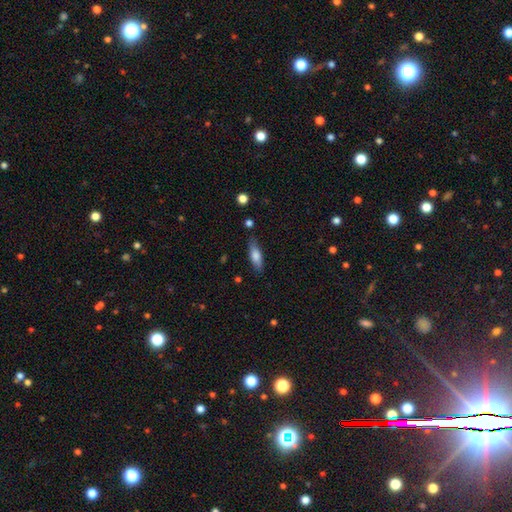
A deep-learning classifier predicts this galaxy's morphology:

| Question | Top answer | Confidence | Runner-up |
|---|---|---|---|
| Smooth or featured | smooth | 72% | featured or disk (22%) |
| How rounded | in between | 51% | cigar-shaped (47%) |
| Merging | none | 81% | minor disturbance (13%) |